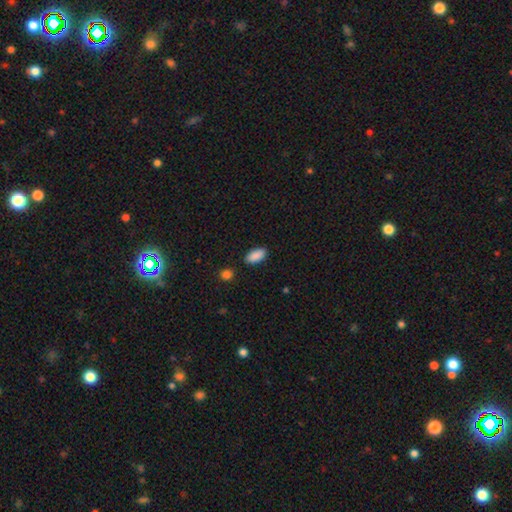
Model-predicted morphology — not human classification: This appears to be a smooth galaxy with no disk features (89%) that is in between round and cigar-shaped (90%). Merging: none (86%).